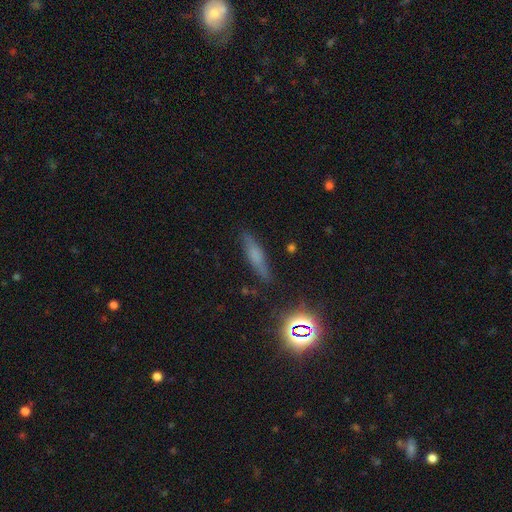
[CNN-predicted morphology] smooth_or_featured: smooth (p=0.52) [alt: featured or disk p=0.31]
how_rounded: cigar-shaped (p=0.78) [alt: in between p=0.18]
merging: none (p=0.81) [alt: minor disturbance p=0.14]